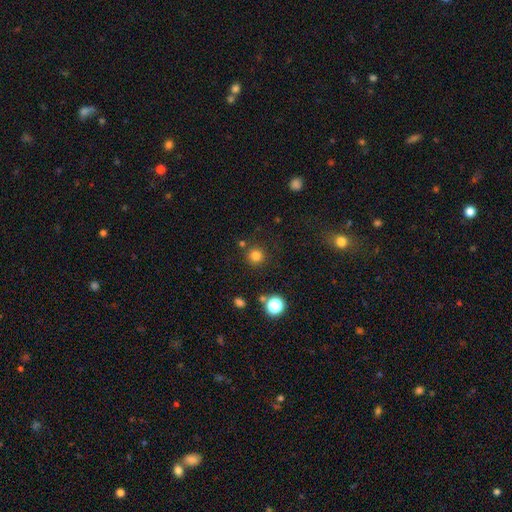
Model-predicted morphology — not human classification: smooth 79%, star or artifact 16%, featured or disk 5%. Down the decision tree: how rounded — round (95%); merging — none (85%).